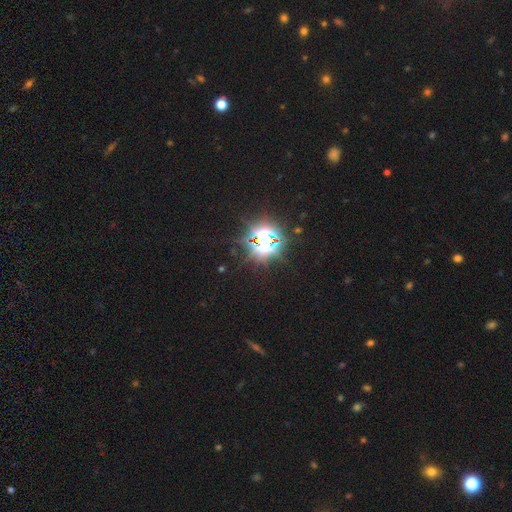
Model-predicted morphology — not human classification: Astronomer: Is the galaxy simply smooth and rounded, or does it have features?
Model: star or artifact — 84%.